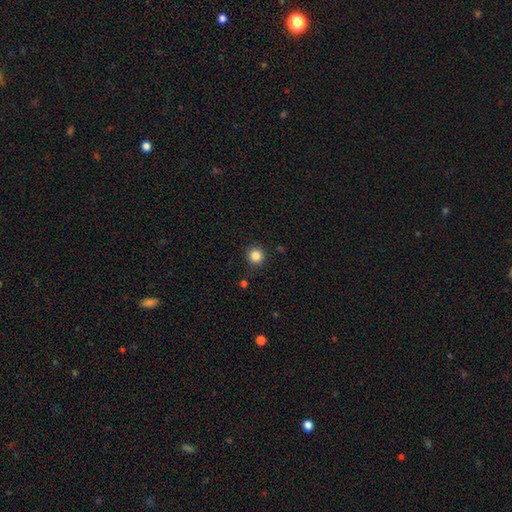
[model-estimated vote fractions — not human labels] Q: Smooth or featured?
A: smooth (85%); runner-up: star or artifact (11%)
Q: How rounded?
A: round (94%); runner-up: in between (5%)
Q: Merging?
A: none (90%); runner-up: minor disturbance (6%)